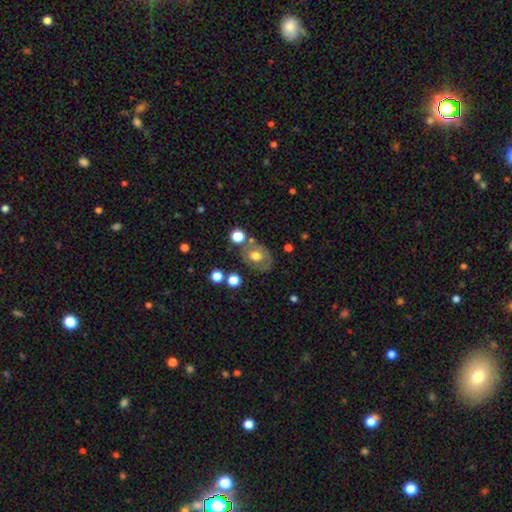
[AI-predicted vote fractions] Smooth or featured? smooth (52%)
How rounded? in between (58%)
Merging? none (65%)